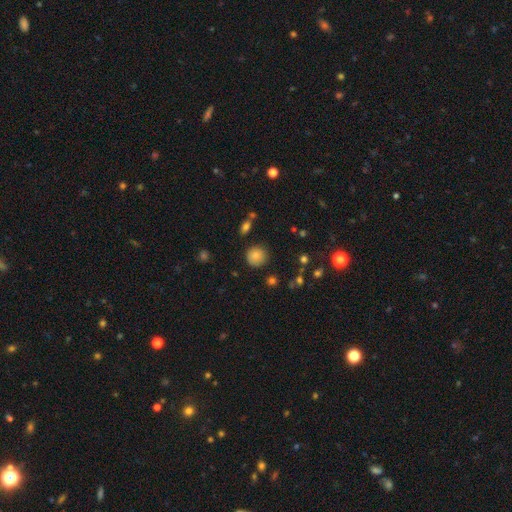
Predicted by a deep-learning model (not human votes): A smooth galaxy with no disk features (83%) that is round (91%).

Vote fractions:
- Smooth or featured? smooth: 83% / star or artifact: 10% / featured or disk: 7%
- How rounded? round: 91% / in between: 7% / cigar-shaped: 1%
- Merging? none: 85% / minor disturbance: 10% / major disturbance: 3% / merger: 2%